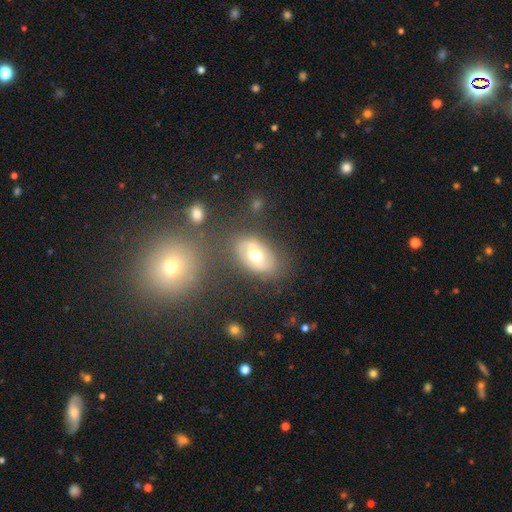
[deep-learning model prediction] Smooth or featured?
  - smooth: 48% *
  - featured or disk: 42%
  - star or artifact: 10%
Merging?
  - none: 68% *
  - minor disturbance: 16%
  - merger: 8%
  - major disturbance: 7%